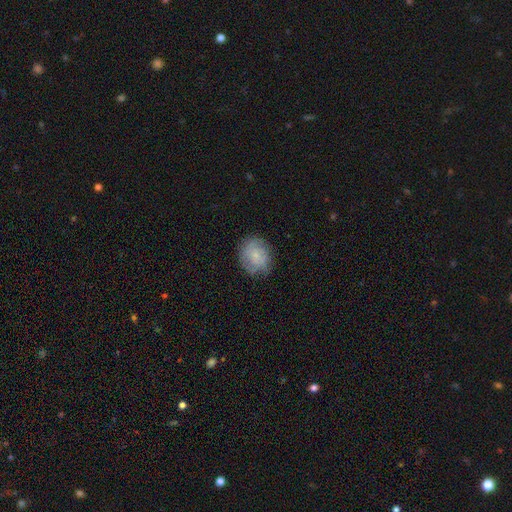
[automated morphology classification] Q: Smooth or featured?
A: smooth (55%); runner-up: featured or disk (36%)
Q: How rounded?
A: round (69%); runner-up: in between (30%)
Q: Merging?
A: none (72%); runner-up: minor disturbance (20%)